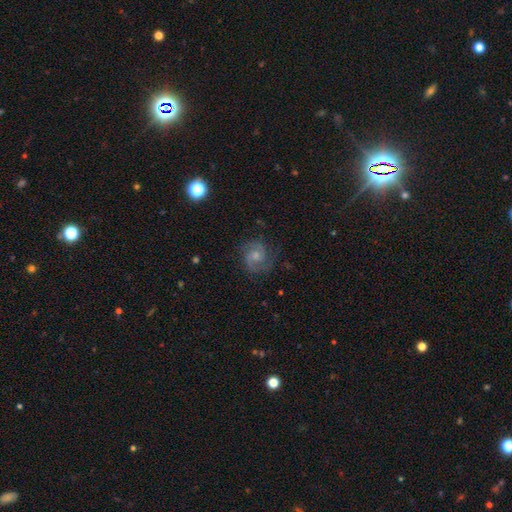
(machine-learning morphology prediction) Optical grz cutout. It shows a featured or disk galaxy (83%) with no bar (55%), 2 (88%) medium (53%) spiral arms (97%) and a small central bulge (45%). Merging: none (77%).